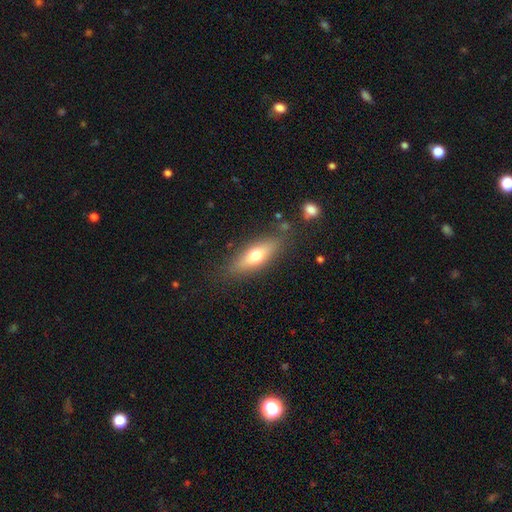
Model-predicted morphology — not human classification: Overall: smooth (64%; featured or disk 29%). How rounded: in between (56%; cigar-shaped 41%). Merging: none (81%).